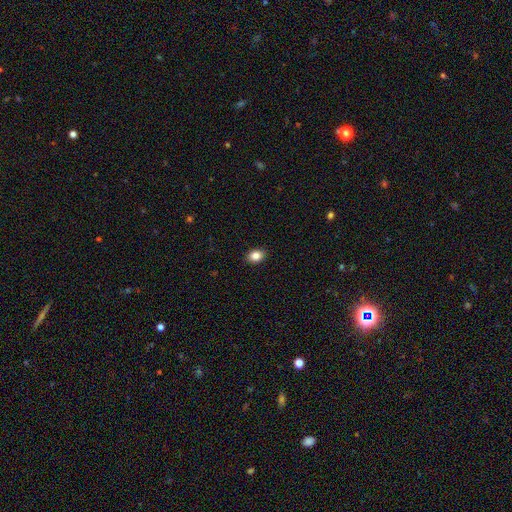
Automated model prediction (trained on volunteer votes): Smooth or featured? smooth (85%)
How rounded? in between (63%)
Merging? none (91%)